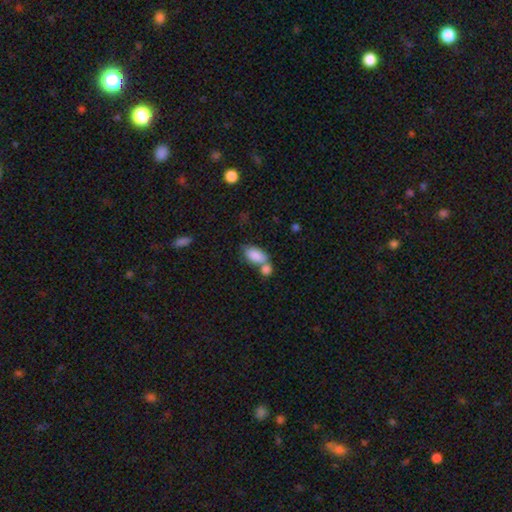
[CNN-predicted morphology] smooth_or_featured: smooth (p=0.85) [alt: featured or disk p=0.08]
how_rounded: in between (p=0.92) [alt: round p=0.05]
merging: merger (p=0.49) [alt: none p=0.34]